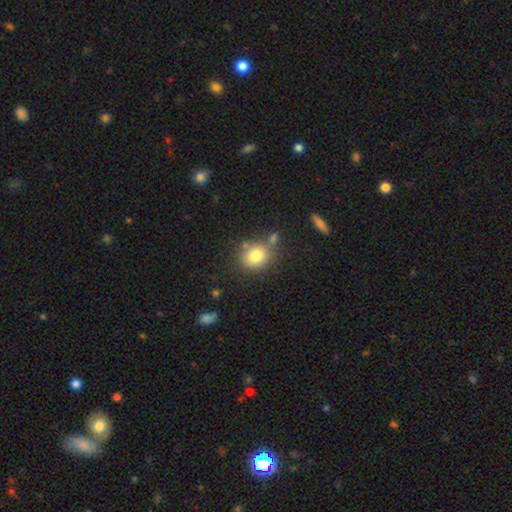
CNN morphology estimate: Smooth or featured? Predicted: smooth (p=0.80). How rounded? Predicted: round (p=0.73). Merging? Predicted: none (p=0.69).